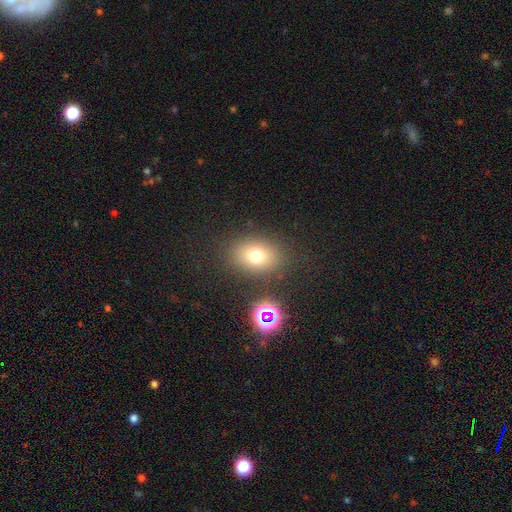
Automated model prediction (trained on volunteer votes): Smooth or featured? smooth (73%)
How rounded? in between (67%)
Merging? none (82%)